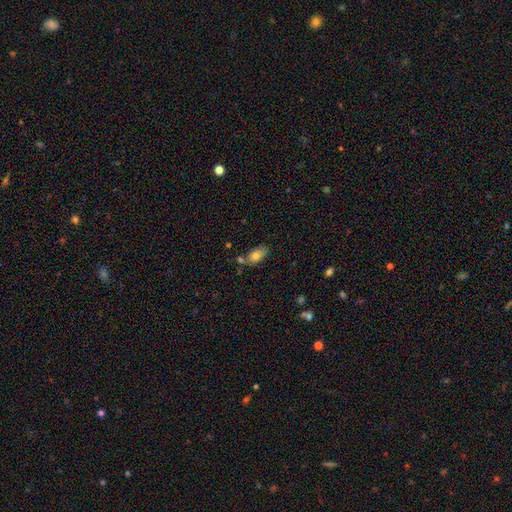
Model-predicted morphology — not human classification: Q: Smooth or featured?
A: smooth (77%); runner-up: featured or disk (15%)
Q: How rounded?
A: in between (91%); runner-up: round (5%)
Q: Merging?
A: none (63%); runner-up: minor disturbance (18%)